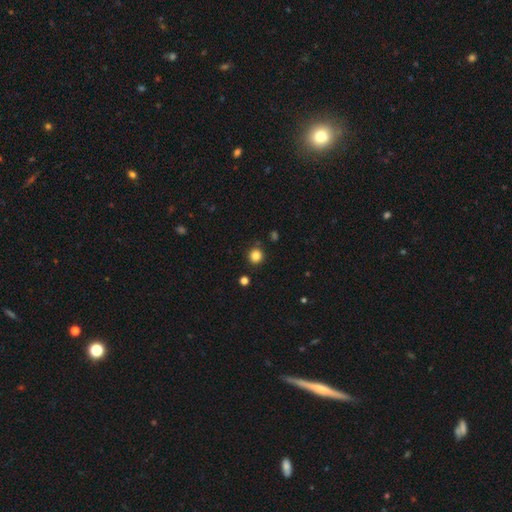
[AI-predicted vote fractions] A smooth galaxy with no disk features (84%) that is round (92%). Merging: none (89%).